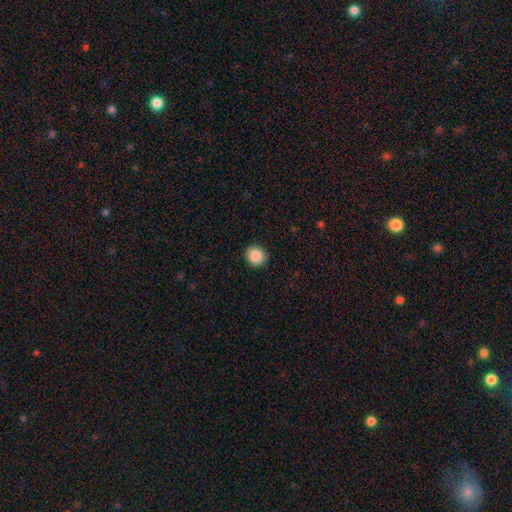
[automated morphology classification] This is clearly a smooth galaxy (89%). How rounded: clearly round (87%). Merging: clearly none (91%).